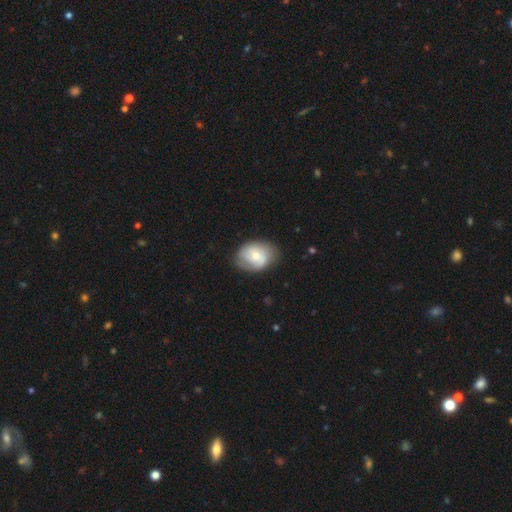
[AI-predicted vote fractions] Smooth or featured? Predicted: smooth (p=0.51). How rounded? Predicted: in between (p=0.67). Merging? Predicted: none (p=0.70).